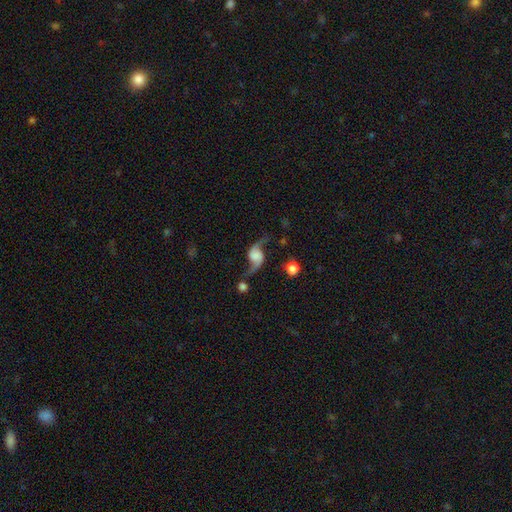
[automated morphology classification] type=featured or disk (85%); edge-on=no (96%); bar=no (62%); spiral arms=yes (96%); winding=loose (88%); arm count=2 (94%); bulge=none (42%); merging=none (66%).